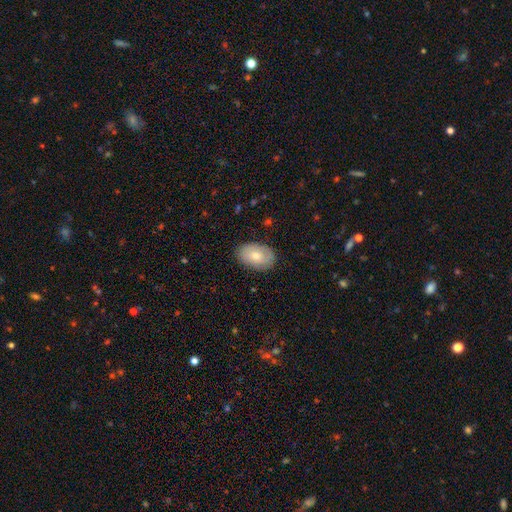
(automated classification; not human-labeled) Q: Smooth or featured?
A: smooth (71%); runner-up: featured or disk (22%)
Q: How rounded?
A: in between (89%); runner-up: round (9%)
Q: Merging?
A: none (84%); runner-up: minor disturbance (12%)